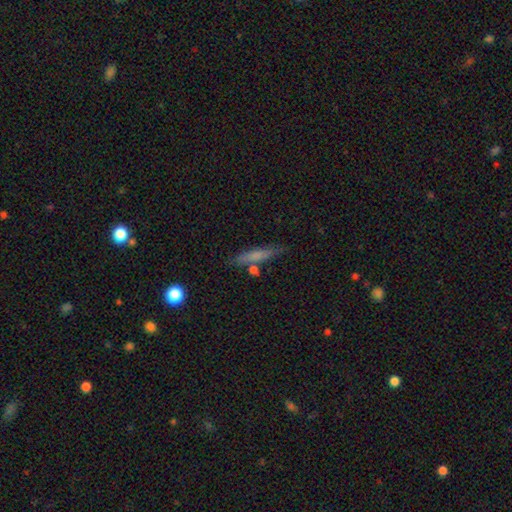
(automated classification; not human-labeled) Q: Smooth or featured?
A: smooth (63%); runner-up: featured or disk (30%)
Q: How rounded?
A: cigar-shaped (88%); runner-up: in between (9%)
Q: Merging?
A: none (77%); runner-up: minor disturbance (13%)